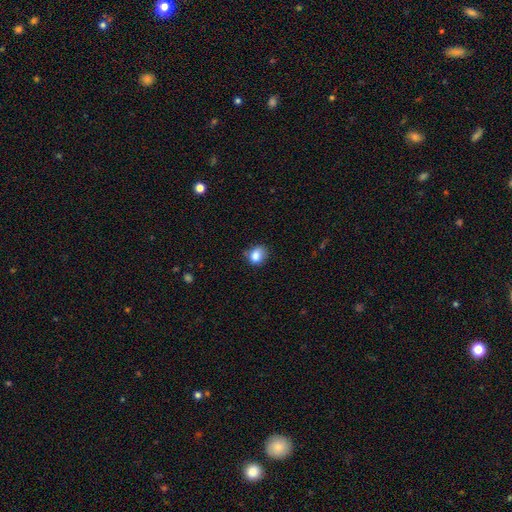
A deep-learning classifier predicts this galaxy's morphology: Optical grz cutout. It shows a smooth galaxy with no disk features (84%) that is round (54%). Merging: none (61%).